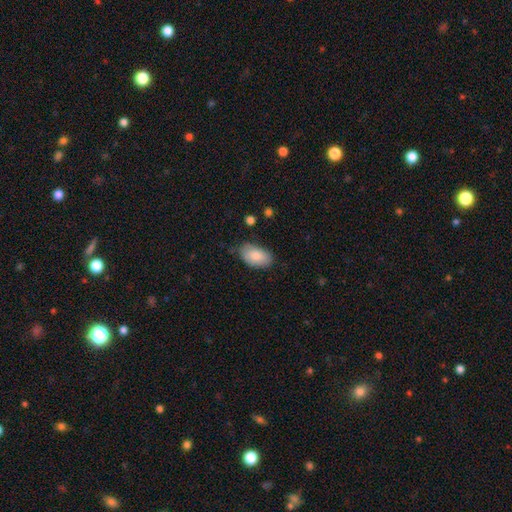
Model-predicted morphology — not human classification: Q: Smooth or featured?
A: smooth (84%); runner-up: featured or disk (10%)
Q: How rounded?
A: in between (94%); runner-up: round (5%)
Q: Merging?
A: none (69%); runner-up: minor disturbance (24%)